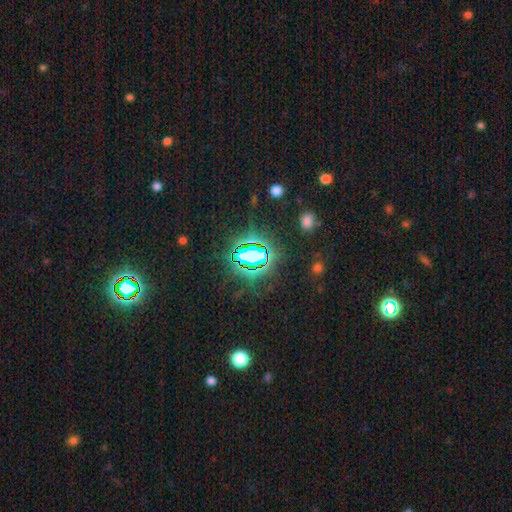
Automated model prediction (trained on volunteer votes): A star or artifact, not a galaxy (81%).

Vote fractions:
- Smooth or featured? star or artifact: 81% / smooth: 12% / featured or disk: 7%